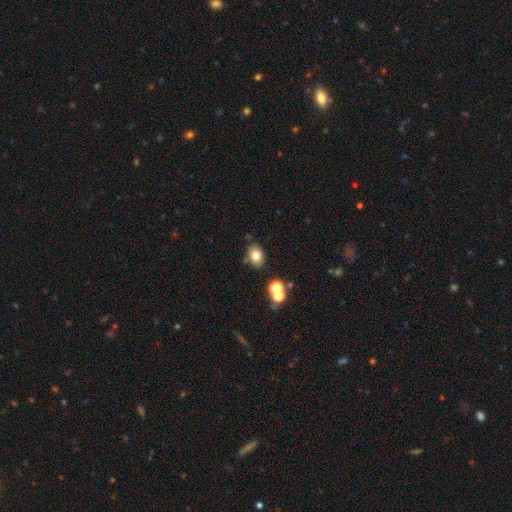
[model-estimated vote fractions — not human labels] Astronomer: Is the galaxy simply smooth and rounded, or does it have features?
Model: smooth — 77%.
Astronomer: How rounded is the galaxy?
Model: in between — 67%.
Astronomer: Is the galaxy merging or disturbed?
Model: none — 77%.